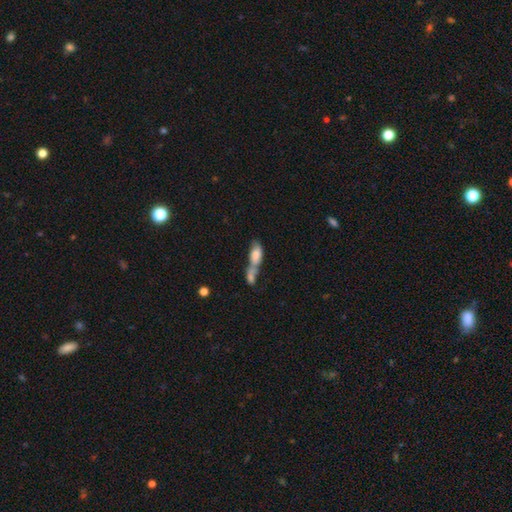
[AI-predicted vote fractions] This is likely a smooth galaxy (72%). How rounded: likely in between (77%). Merging: likely merger (75%).